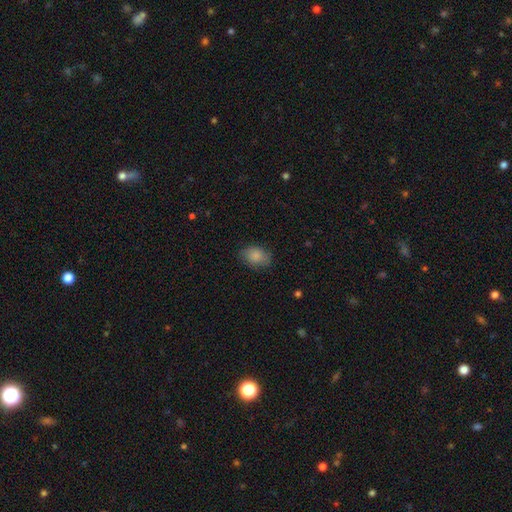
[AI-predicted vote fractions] Smooth or featured? Predicted: smooth (p=0.86). How rounded? Predicted: in between (p=0.77). Merging? Predicted: none (p=0.78).